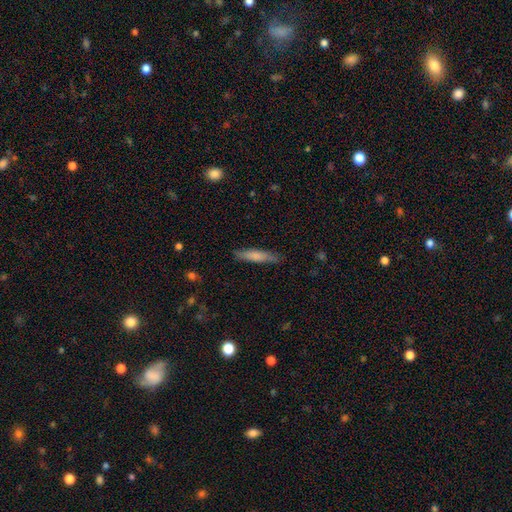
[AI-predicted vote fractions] Smooth or featured? Predicted: smooth (p=0.72). How rounded? Predicted: cigar-shaped (p=0.85). Merging? Predicted: none (p=0.84).